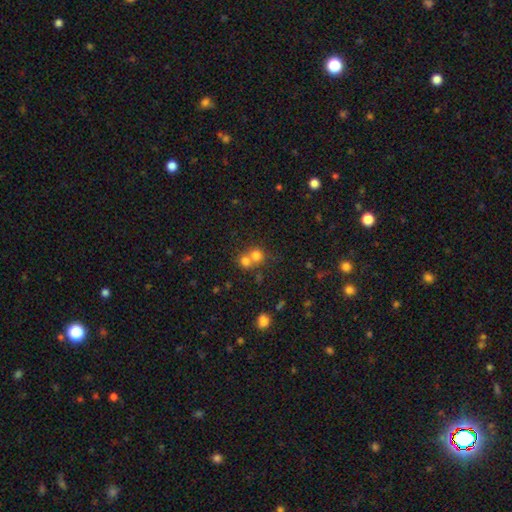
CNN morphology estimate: Smooth or featured? smooth (73%)
How rounded? round (83%)
Merging? merger (57%)